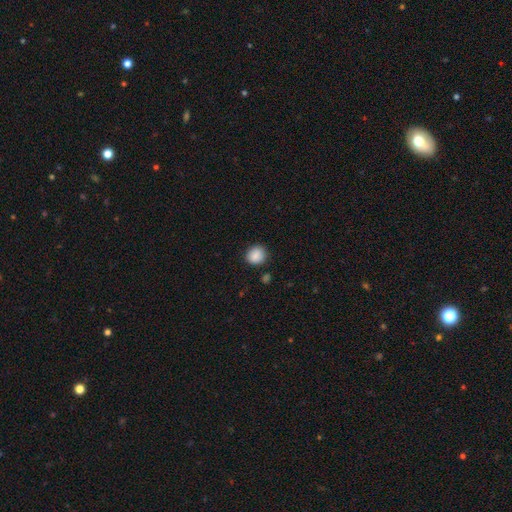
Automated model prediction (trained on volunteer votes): Smooth or featured? Predicted: smooth (p=0.88). How rounded? Predicted: round (p=0.82). Merging? Predicted: none (p=0.84).